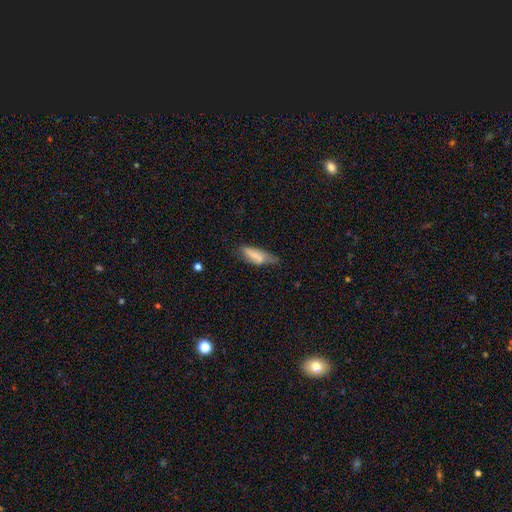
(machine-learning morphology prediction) Smooth or featured: smooth — 67% (featured or disk — 25%)
How rounded: in between — 61% (cigar-shaped — 36%)
Merging: none — 45% (minor disturbance — 34%)